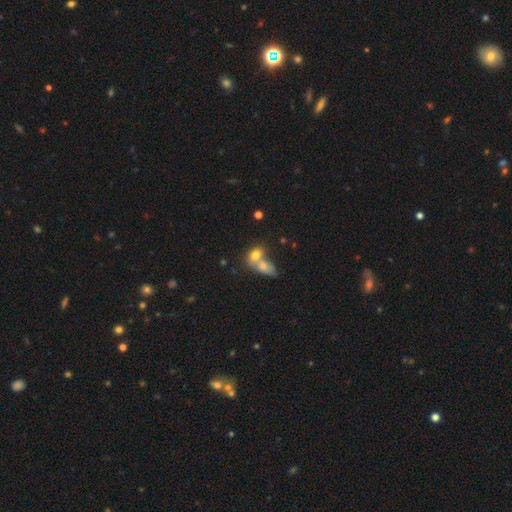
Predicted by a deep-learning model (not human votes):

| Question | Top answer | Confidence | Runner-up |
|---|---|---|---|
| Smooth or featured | smooth | 75% | featured or disk (15%) |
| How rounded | in between | 72% | round (25%) |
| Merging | merger | 64% | none (24%) |